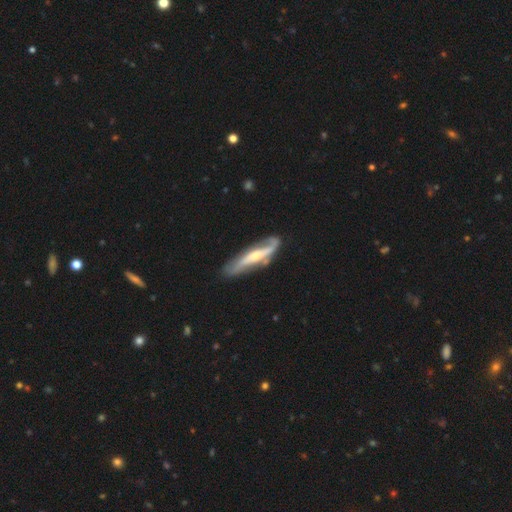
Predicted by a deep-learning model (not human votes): A featured or disk galaxy (78%) with no bar (37%), spiral arms (88%) and a moderate central bulge (53%). Merging: none (65%).